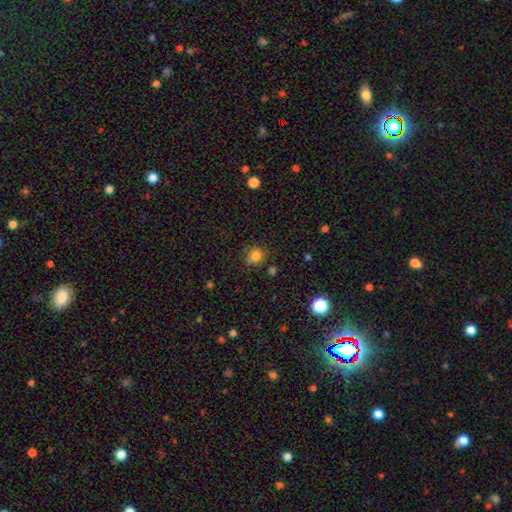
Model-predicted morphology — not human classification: Overall: smooth (82%). How rounded: round (76%). Merging: none (74%).